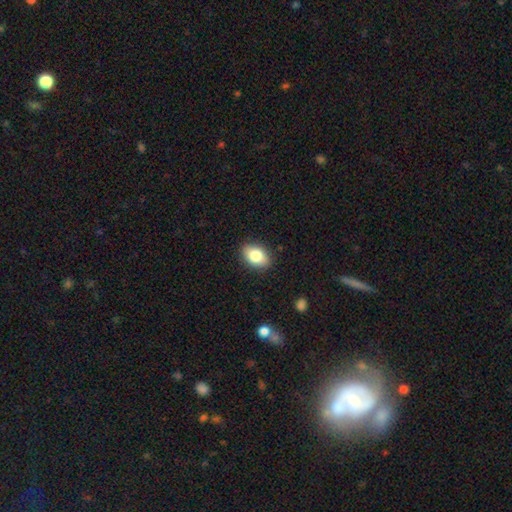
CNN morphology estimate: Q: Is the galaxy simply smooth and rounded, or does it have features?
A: smooth — 82%.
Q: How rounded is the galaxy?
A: in between — 85%.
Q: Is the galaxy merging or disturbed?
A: none — 88%.